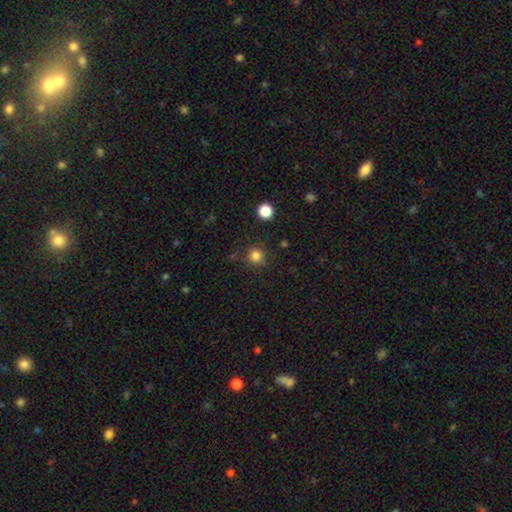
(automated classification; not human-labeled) This appears to be a smooth galaxy with no disk features (81%) that is round (94%). Merging: none (84%).